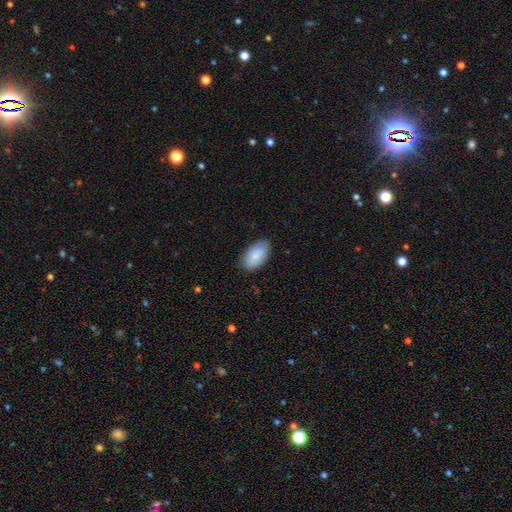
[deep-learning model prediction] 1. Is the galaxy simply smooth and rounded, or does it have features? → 85% smooth, 9% featured or disk, 6% star or artifact.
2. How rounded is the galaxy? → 95% in between, 3% round, 2% cigar-shaped.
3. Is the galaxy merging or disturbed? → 83% none, 13% minor disturbance, 2% major disturbance, 1% merger.